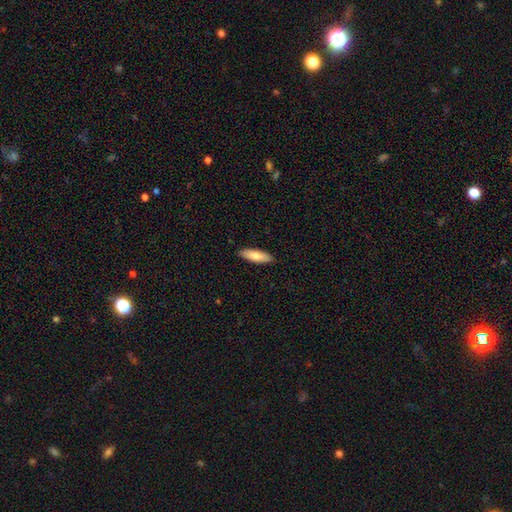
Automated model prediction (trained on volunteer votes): Morphology: type=smooth (78%); roundness=in between (51%); merging=none (89%).